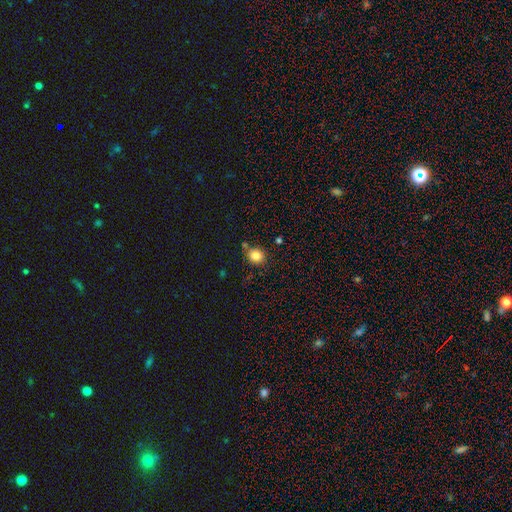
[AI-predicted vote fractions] The model was most divided on "how rounded": round: 84%, in between: 16%, cigar-shaped: 1%. More confident: smooth or featured — smooth (84%); merging — none (79%).